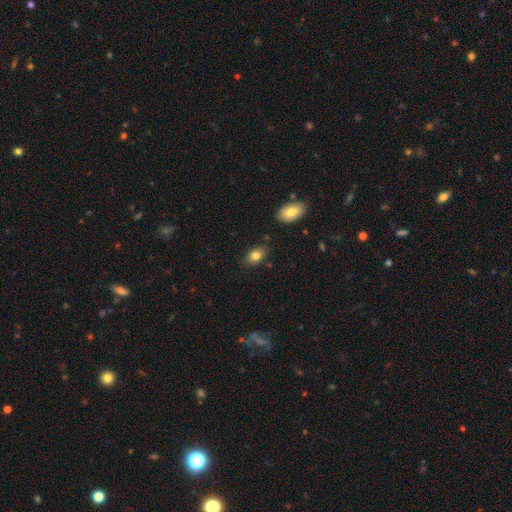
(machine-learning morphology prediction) This is clearly a smooth galaxy (81%). How rounded: clearly in between (87%). Merging: clearly none (82%).